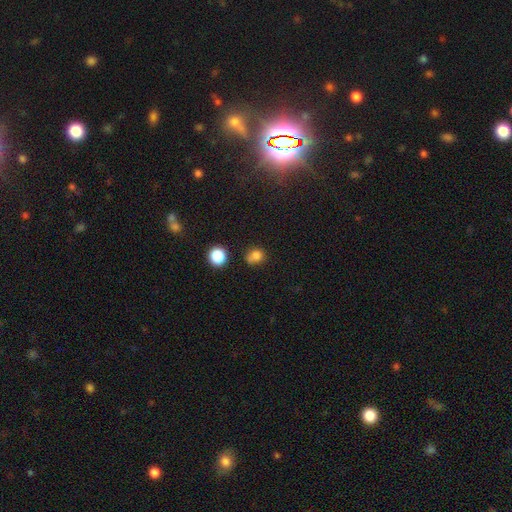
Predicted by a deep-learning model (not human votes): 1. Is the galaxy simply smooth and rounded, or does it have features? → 77% smooth, 15% star or artifact, 8% featured or disk.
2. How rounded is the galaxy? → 76% round, 23% in between, 1% cigar-shaped.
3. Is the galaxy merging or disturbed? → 53% none, 21% merger, 19% minor disturbance, 7% major disturbance.